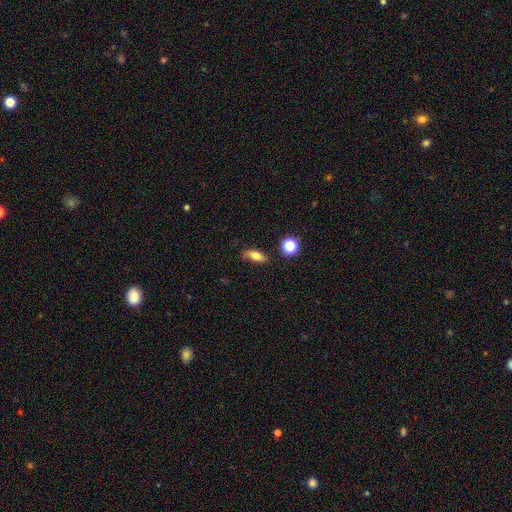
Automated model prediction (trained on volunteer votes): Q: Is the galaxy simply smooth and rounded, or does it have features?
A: smooth — 71%.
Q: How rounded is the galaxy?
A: in between — 71%.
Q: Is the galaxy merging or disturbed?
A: none — 71%.